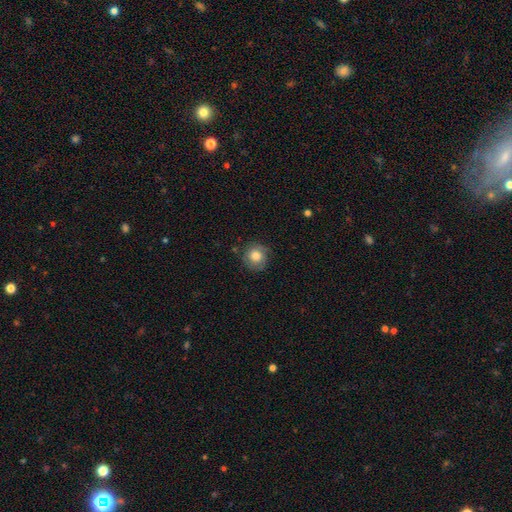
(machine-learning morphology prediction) This is likely a smooth galaxy (76%). How rounded: clearly round (89%). Merging: likely none (79%).